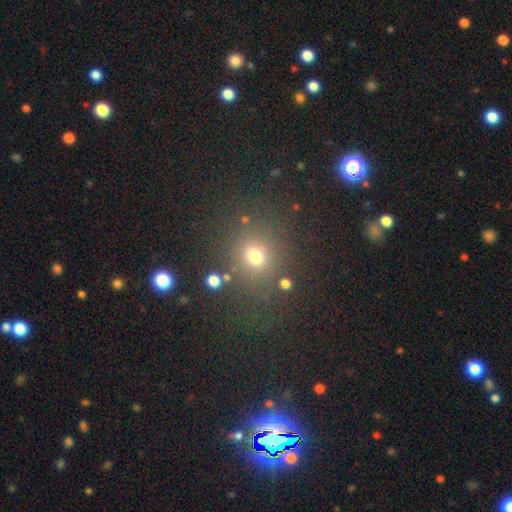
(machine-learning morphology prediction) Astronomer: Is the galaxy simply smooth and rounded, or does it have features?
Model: smooth — 57% (runner-up: star or artifact, 36%).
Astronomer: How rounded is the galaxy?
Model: round — 87%.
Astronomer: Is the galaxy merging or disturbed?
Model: none — 85%.